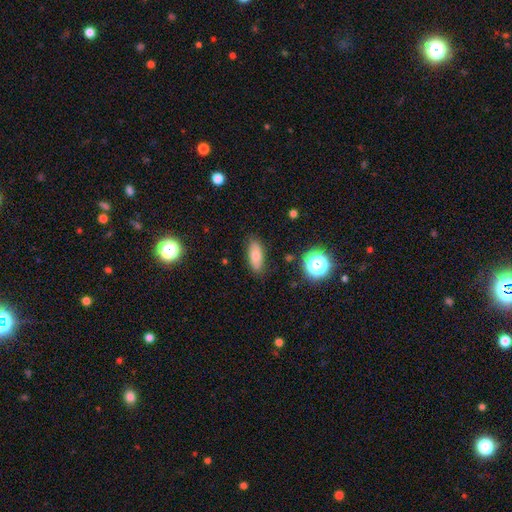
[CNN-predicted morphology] Smooth or featured: smooth — 73% (featured or disk — 18%)
How rounded: in between — 77% (cigar-shaped — 18%)
Merging: none — 83% (minor disturbance — 13%)